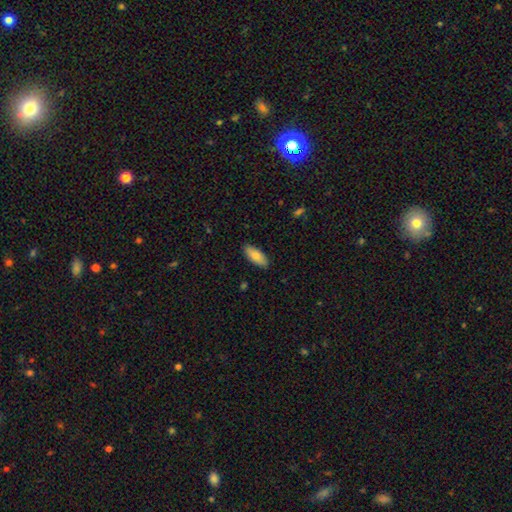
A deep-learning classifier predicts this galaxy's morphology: smooth_or_featured: smooth (p=0.82) [alt: featured or disk p=0.12]
how_rounded: in between (p=0.82) [alt: cigar-shaped p=0.16]
merging: none (p=0.88) [alt: minor disturbance p=0.09]